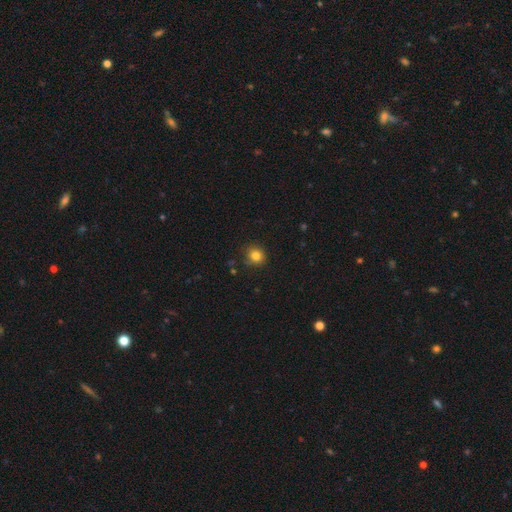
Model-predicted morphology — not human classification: type=smooth (82%); roundness=round (85%); merging=none (85%).